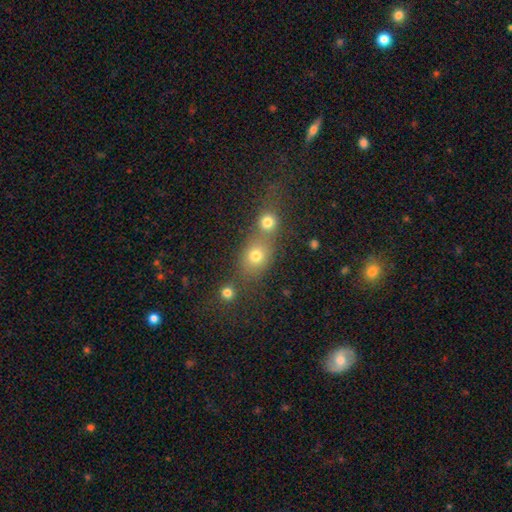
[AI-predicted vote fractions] Morphology: type=smooth (75%); roundness=round (64%); merging=none (46%).